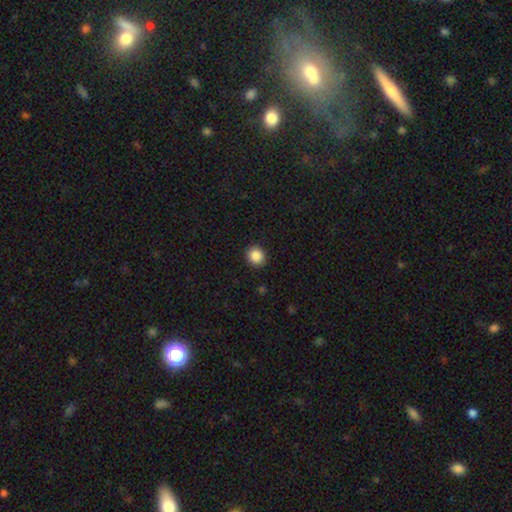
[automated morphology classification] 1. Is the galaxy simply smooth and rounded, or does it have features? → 88% smooth, 9% star or artifact, 3% featured or disk.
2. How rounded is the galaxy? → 84% round, 15% in between, 1% cigar-shaped.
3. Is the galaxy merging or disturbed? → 92% none, 6% minor disturbance, 2% major disturbance, 1% merger.